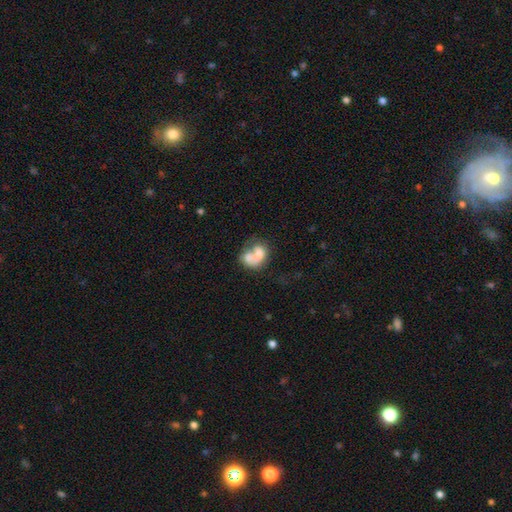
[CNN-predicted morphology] A smooth galaxy with no disk features (59%) that is in between round and cigar-shaped (64%). Merging: merger (60%).